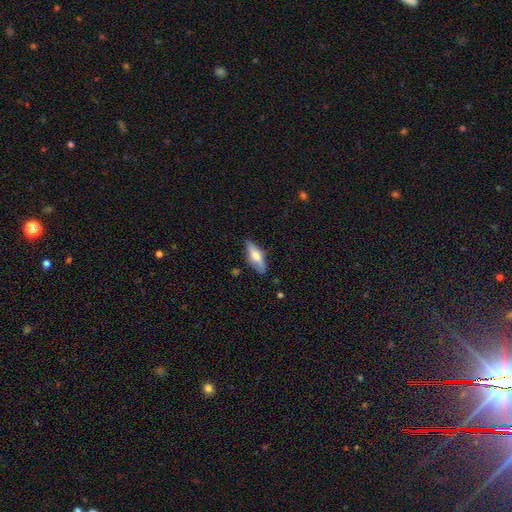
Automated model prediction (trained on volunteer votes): smooth_or_featured: smooth (p=0.57) [alt: featured or disk p=0.37]
how_rounded: in between (p=0.59) [alt: cigar-shaped p=0.39]
merging: none (p=0.79) [alt: minor disturbance p=0.16]